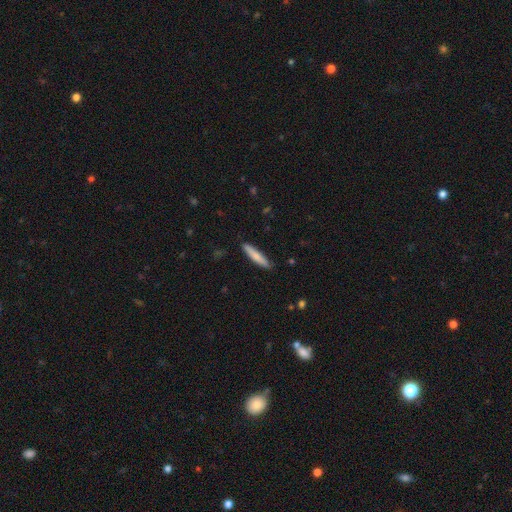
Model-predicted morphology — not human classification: smooth_or_featured: smooth (p=0.76) [alt: featured or disk p=0.19]
how_rounded: cigar-shaped (p=0.89) [alt: in between p=0.10]
merging: none (p=0.89) [alt: minor disturbance p=0.09]